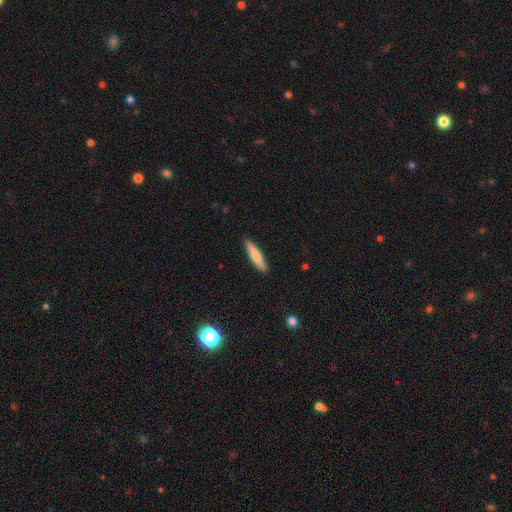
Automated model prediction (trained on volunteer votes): smooth 78%, featured or disk 17%, star or artifact 5%. Down the decision tree: how rounded — cigar-shaped (85%); merging — none (90%).